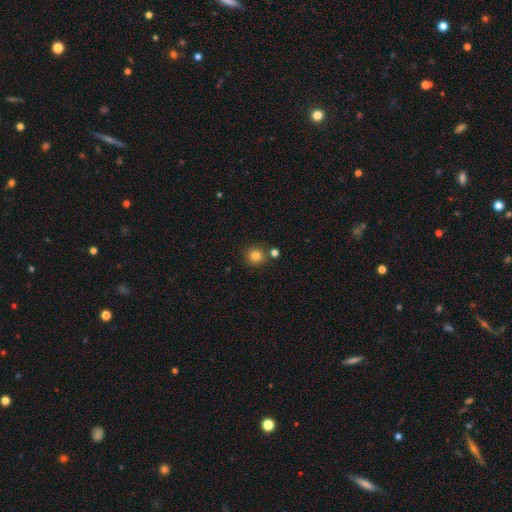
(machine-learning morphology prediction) Smooth or featured? Predicted: smooth (p=0.81). How rounded? Predicted: round (p=0.92). Merging? Predicted: none (p=0.80).